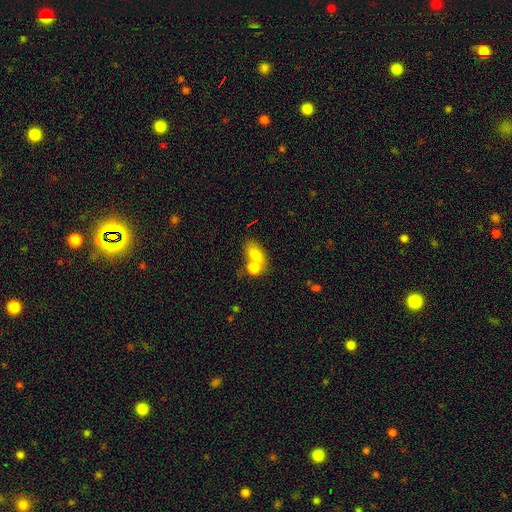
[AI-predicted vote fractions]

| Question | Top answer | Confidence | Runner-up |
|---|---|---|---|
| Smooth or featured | smooth | 78% | featured or disk (14%) |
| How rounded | in between | 77% | round (19%) |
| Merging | merger | 56% | none (29%) |